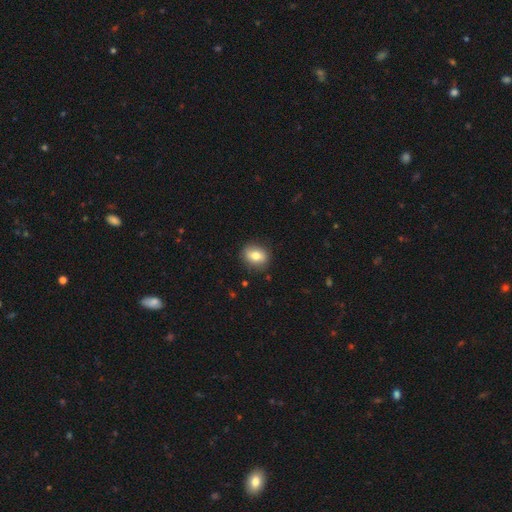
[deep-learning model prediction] This is likely a smooth galaxy (78%). How rounded: possibly in between (53%). Merging: clearly none (85%).